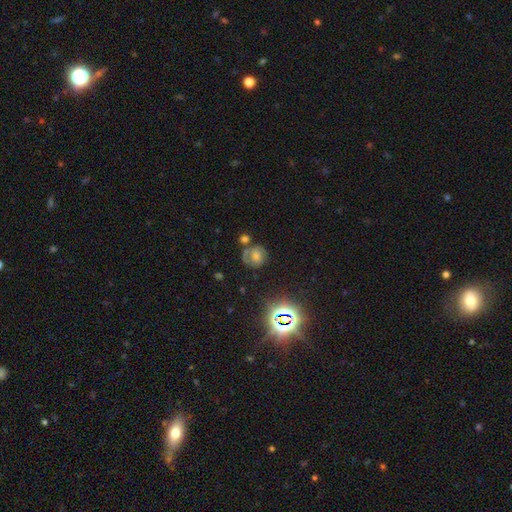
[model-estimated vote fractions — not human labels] smooth-or-featured: featured or disk: 34% | star or artifact: 33% | smooth: 33%
  merging: none: 55% | merger: 17% | minor disturbance: 17% | major disturbance: 11%